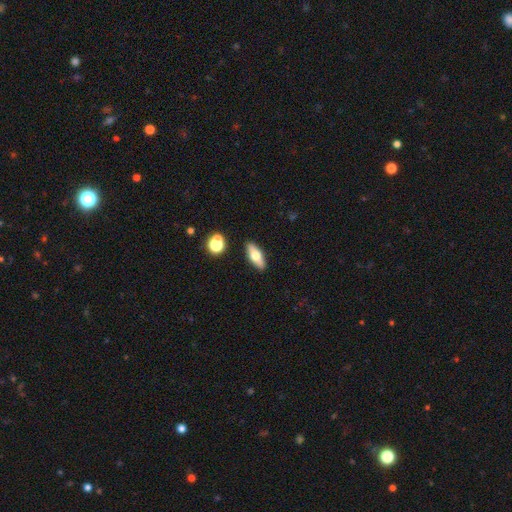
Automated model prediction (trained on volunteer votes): Morphology: type=smooth (61%); roundness=in between (70%); merging=none (87%).